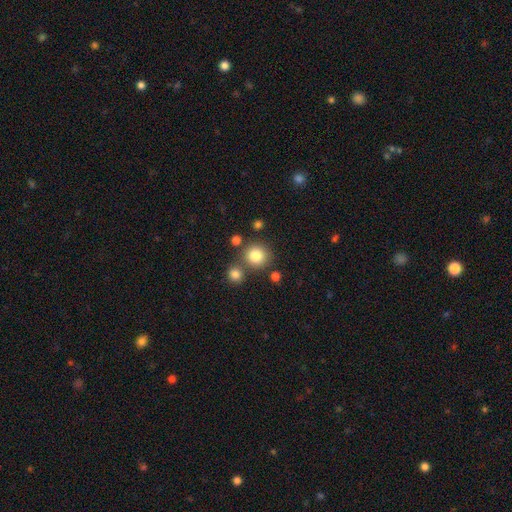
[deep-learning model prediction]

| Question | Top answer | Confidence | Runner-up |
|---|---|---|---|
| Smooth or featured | smooth | 81% | star or artifact (12%) |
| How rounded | round | 92% | in between (7%) |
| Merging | none | 76% | merger (13%) |